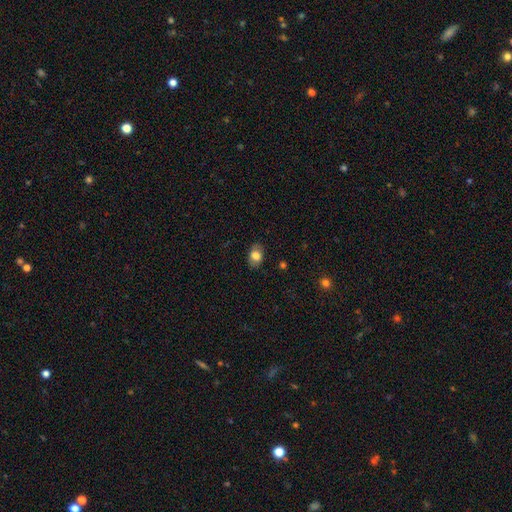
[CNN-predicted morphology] smooth_or_featured: smooth (p=0.78) [alt: featured or disk p=0.14]
how_rounded: in between (p=0.82) [alt: round p=0.17]
merging: none (p=0.83) [alt: minor disturbance p=0.13]